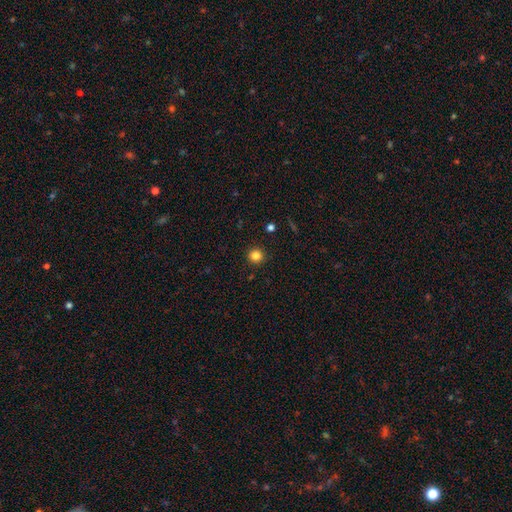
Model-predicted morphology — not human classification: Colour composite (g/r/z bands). It shows a smooth galaxy with no disk features (83%) that is round (95%). Merging: none (92%).